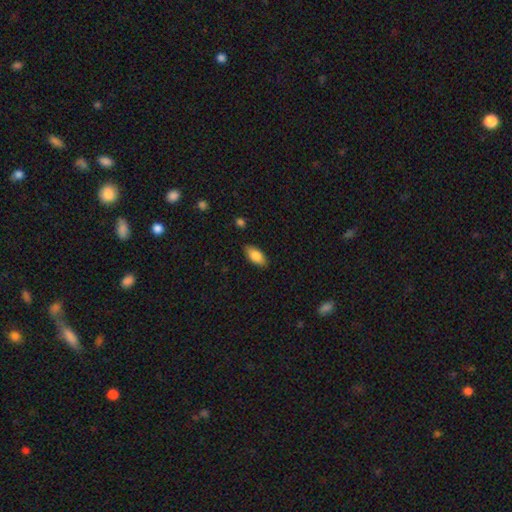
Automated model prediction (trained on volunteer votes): A smooth galaxy with no disk features (83%) that is in between round and cigar-shaped (89%).

Vote fractions:
- Smooth or featured? smooth: 83% / featured or disk: 10% / star or artifact: 6%
- How rounded? in between: 89% / cigar-shaped: 9% / round: 2%
- Merging? none: 86% / minor disturbance: 10% / major disturbance: 2% / merger: 1%